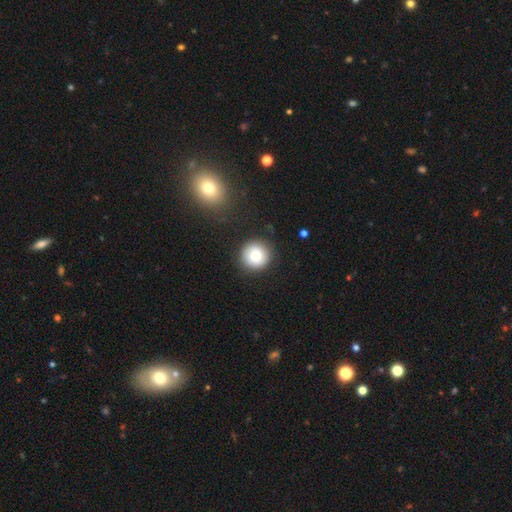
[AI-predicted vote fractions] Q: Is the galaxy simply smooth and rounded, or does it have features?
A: smooth — 78%.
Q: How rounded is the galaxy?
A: round — 95%.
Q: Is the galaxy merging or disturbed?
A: none — 88%.